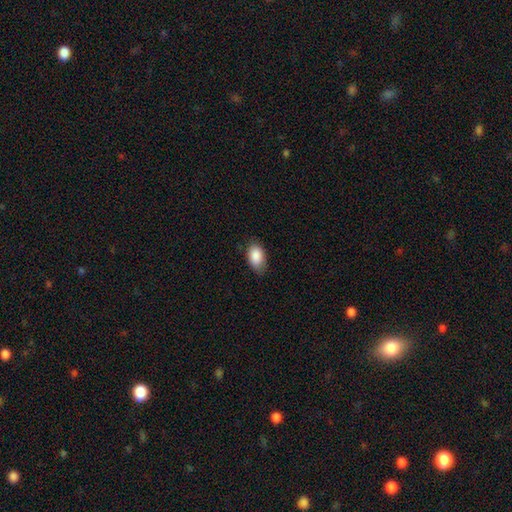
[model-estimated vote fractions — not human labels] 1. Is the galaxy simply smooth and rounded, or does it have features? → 88% smooth, 7% star or artifact, 5% featured or disk.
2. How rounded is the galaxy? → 92% in between, 6% round, 2% cigar-shaped.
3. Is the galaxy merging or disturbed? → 76% none, 20% minor disturbance, 3% major disturbance, 1% merger.